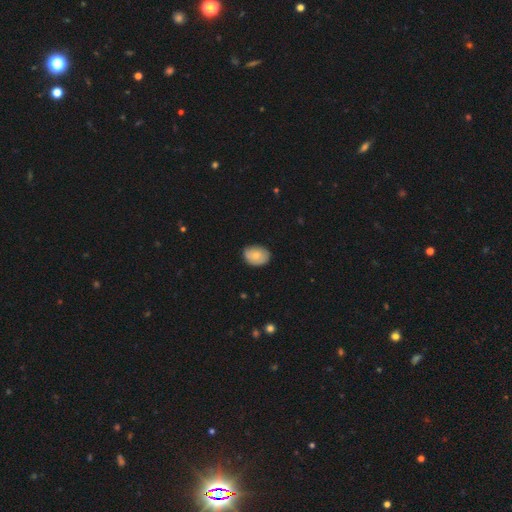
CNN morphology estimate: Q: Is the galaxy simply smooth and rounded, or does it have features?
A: smooth — 76%.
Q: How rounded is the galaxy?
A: in between — 74%.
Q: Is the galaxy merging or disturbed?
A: none — 80%.